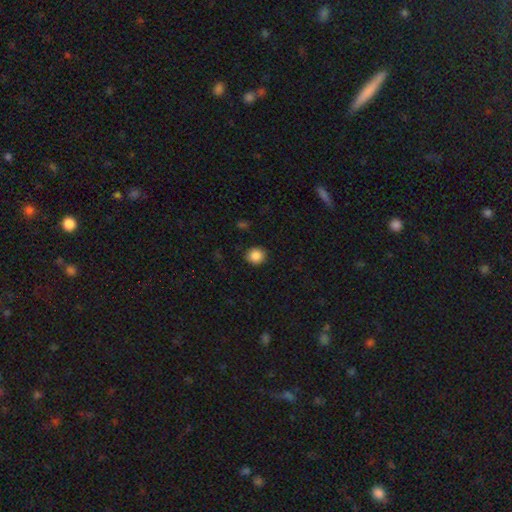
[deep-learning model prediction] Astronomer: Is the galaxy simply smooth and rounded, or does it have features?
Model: smooth — 87%.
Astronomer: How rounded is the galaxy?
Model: round — 86%.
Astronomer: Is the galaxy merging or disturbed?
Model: none — 90%.